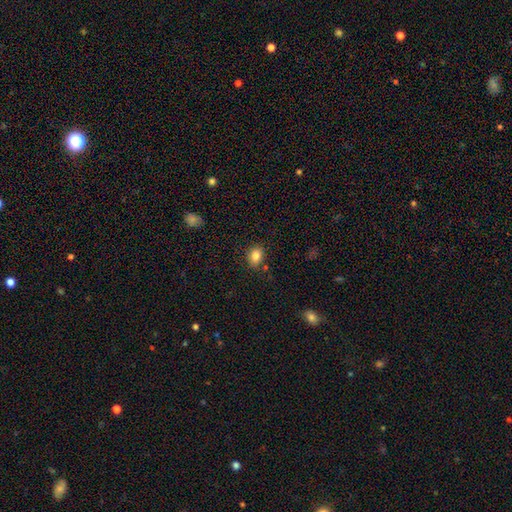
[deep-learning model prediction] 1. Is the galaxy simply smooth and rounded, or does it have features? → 84% smooth, 10% star or artifact, 6% featured or disk.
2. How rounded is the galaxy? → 61% in between, 38% round, 1% cigar-shaped.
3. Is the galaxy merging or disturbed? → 81% none, 12% minor disturbance, 4% merger, 3% major disturbance.